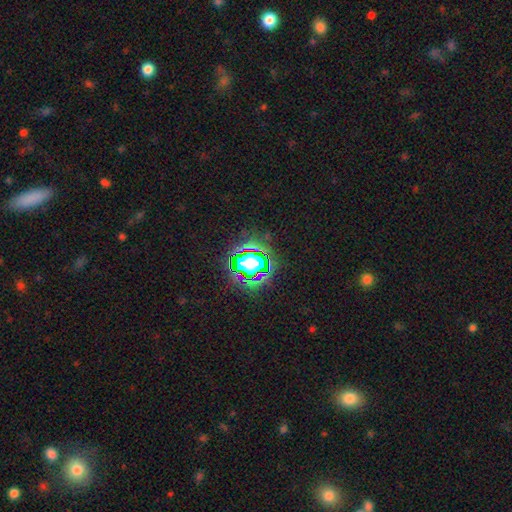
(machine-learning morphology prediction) This appears to be a star or artifact, not a galaxy (72%).